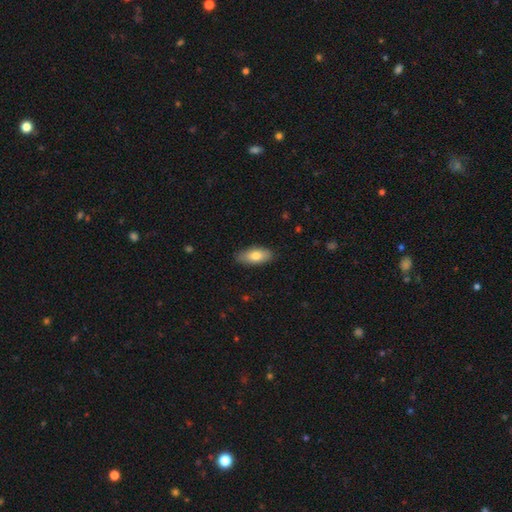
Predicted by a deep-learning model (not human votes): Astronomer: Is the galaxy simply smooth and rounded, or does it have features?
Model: smooth — 78%.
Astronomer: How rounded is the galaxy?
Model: in between — 86%.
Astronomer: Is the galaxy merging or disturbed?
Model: none — 85%.